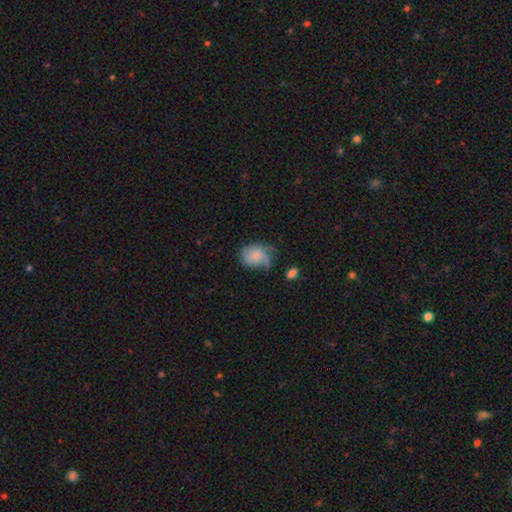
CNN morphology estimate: Smooth or featured? smooth (60%)
How rounded? in between (54%)
Merging? none (38%)